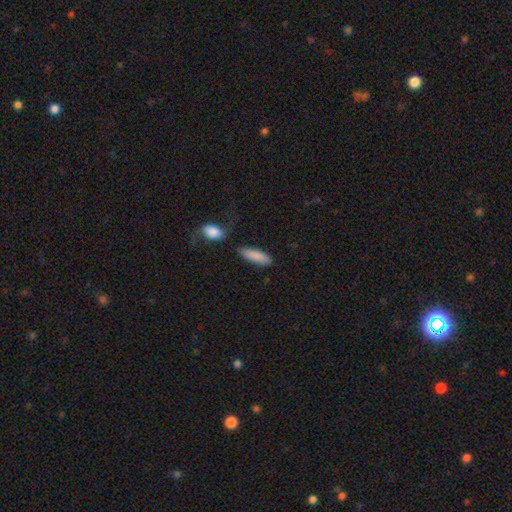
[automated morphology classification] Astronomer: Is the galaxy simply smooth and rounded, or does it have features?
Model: smooth — 87%.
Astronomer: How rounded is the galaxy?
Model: in between — 58% (runner-up: cigar-shaped, 39%).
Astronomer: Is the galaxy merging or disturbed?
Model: none — 75%.